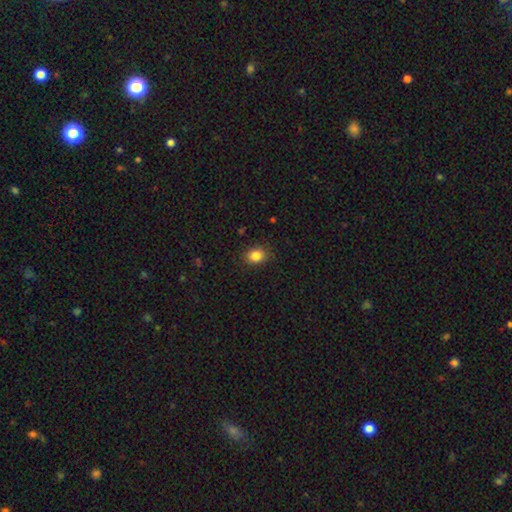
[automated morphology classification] A smooth galaxy with no disk features (85%) that is in between round and cigar-shaped (54%). Merging: none (86%).